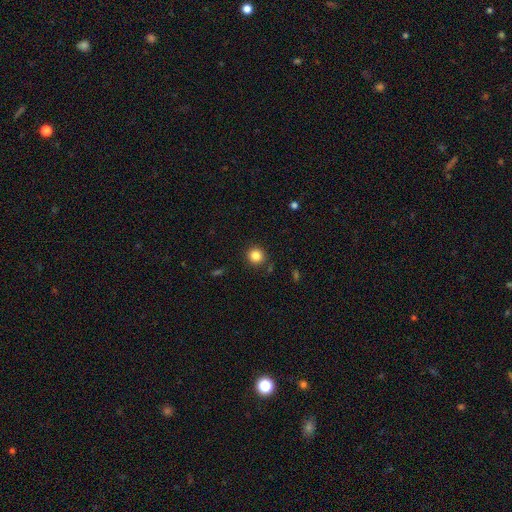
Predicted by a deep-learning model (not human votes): This appears to be a smooth galaxy with no disk features (84%) that is round (94%). Merging: none (89%).